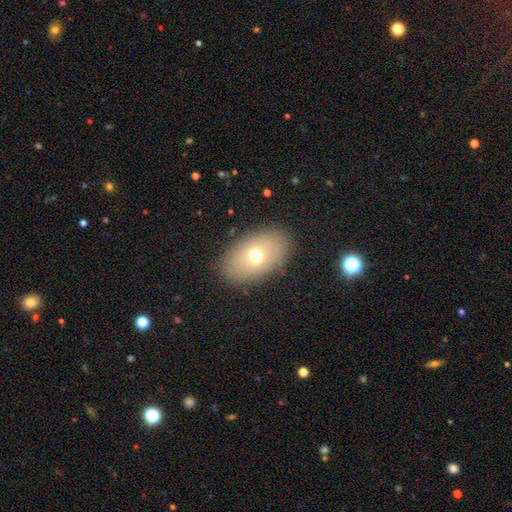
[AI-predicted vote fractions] Q: Smooth or featured?
A: smooth (67%); runner-up: featured or disk (22%)
Q: How rounded?
A: in between (88%); runner-up: round (11%)
Q: Merging?
A: none (86%); runner-up: minor disturbance (9%)